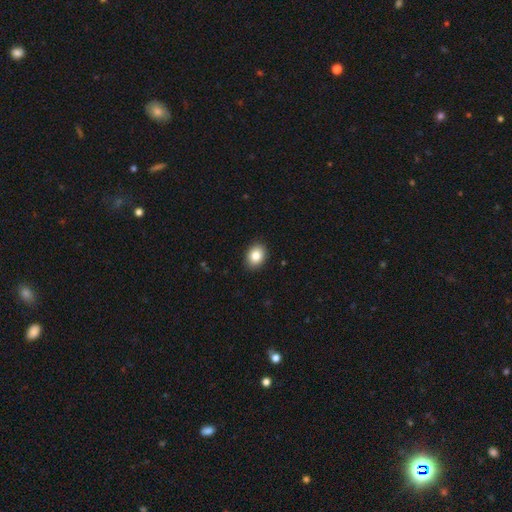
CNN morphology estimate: smooth 84%, star or artifact 9%, featured or disk 8%. Down the decision tree: how rounded — in between (61%); merging — none (90%).